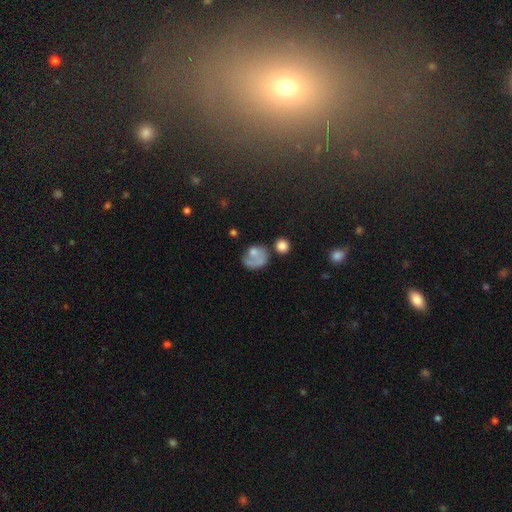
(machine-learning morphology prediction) Smooth or featured: smooth — 61% (featured or disk — 28%)
How rounded: round — 57% (in between — 42%)
Merging: none — 33% (major disturbance — 28%)